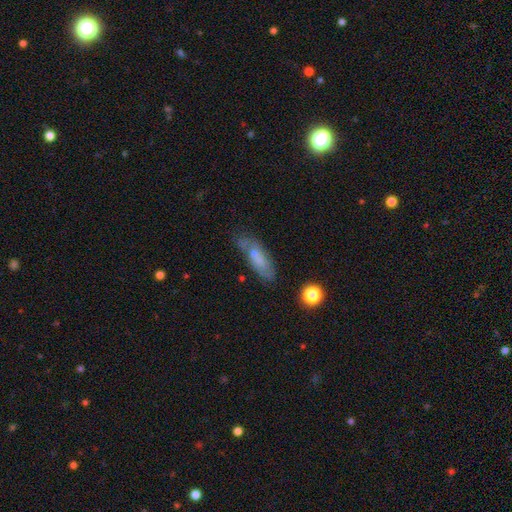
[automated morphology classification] This appears to be a smooth galaxy with no disk features (47%). Merging: none (63%).